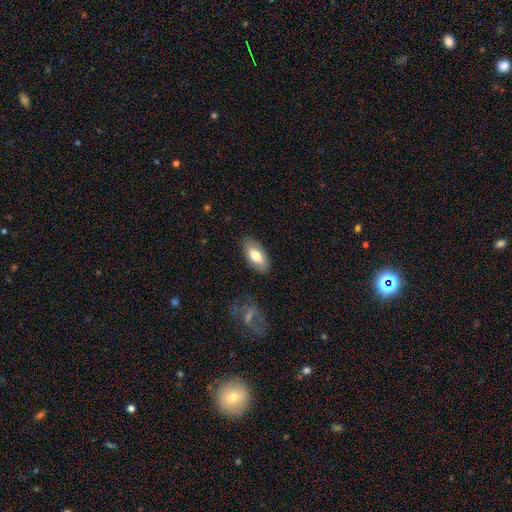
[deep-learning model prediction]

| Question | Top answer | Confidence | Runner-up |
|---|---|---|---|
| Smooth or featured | smooth | 71% | featured or disk (23%) |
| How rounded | in between | 91% | cigar-shaped (7%) |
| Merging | none | 85% | minor disturbance (11%) |